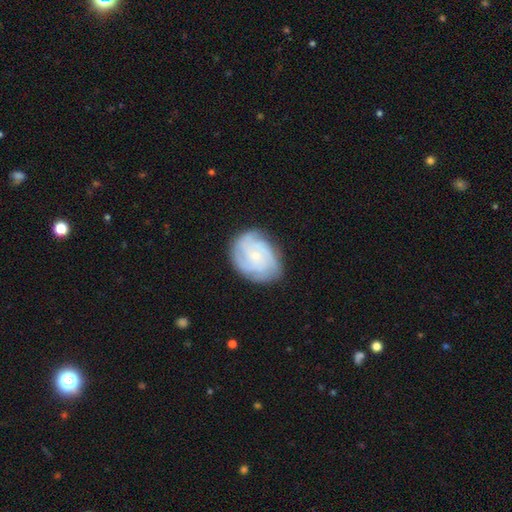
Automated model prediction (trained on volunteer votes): A featured or disk galaxy (76%) with no bar (74%), 3 (28%) tight (65%) spiral arms (95%) and a small central bulge (72%). Merging: none (75%).